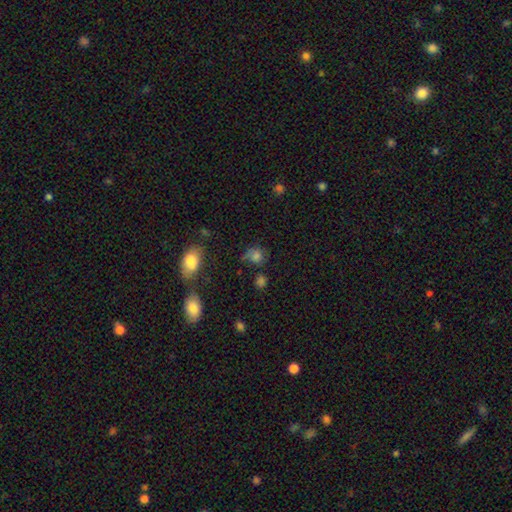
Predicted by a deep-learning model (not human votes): Smooth or featured: smooth — 72% (star or artifact — 16%)
How rounded: round — 67% (in between — 31%)
Merging: none — 52% (minor disturbance — 23%)